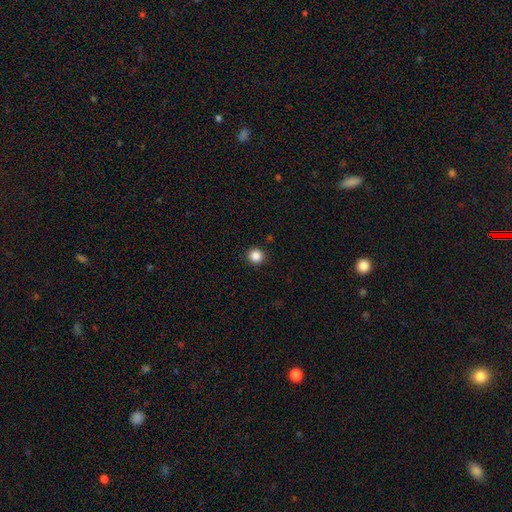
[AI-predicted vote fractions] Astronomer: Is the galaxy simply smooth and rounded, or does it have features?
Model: smooth — 86%.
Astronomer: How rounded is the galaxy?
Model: round — 94%.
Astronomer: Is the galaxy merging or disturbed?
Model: none — 92%.